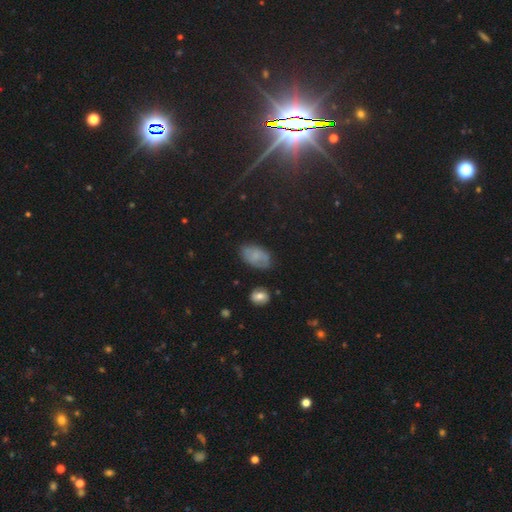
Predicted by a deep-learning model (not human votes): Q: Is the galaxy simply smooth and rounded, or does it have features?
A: smooth — 63%.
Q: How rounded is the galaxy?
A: in between — 92%.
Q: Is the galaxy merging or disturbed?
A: none — 70%.